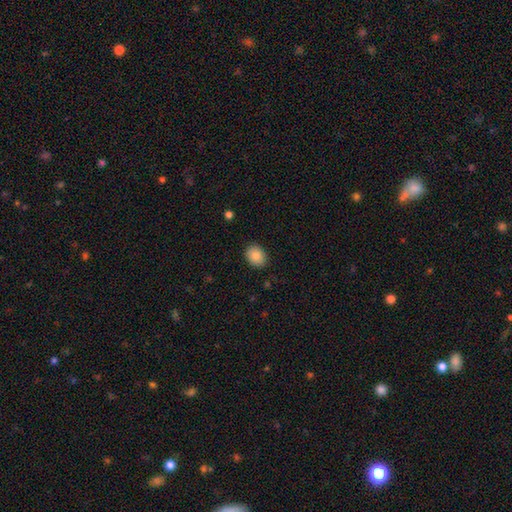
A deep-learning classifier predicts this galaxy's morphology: Smooth or featured? smooth (85%)
How rounded? in between (58%)
Merging? none (87%)